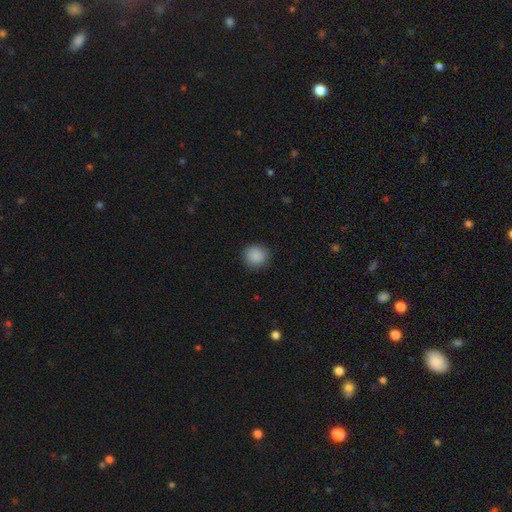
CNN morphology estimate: A smooth galaxy with no disk features (89%) that is round (91%).

Vote fractions:
- Smooth or featured? smooth: 89% / star or artifact: 8% / featured or disk: 3%
- How rounded? round: 91% / in between: 8% / cigar-shaped: 1%
- Merging? none: 89% / minor disturbance: 8% / major disturbance: 2% / merger: 1%